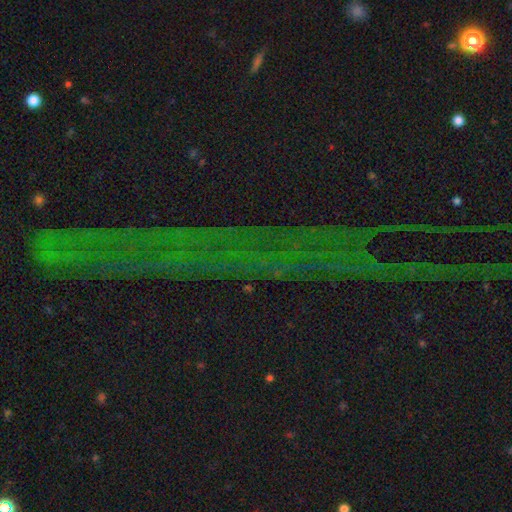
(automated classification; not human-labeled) Overall: star or artifact (79%).